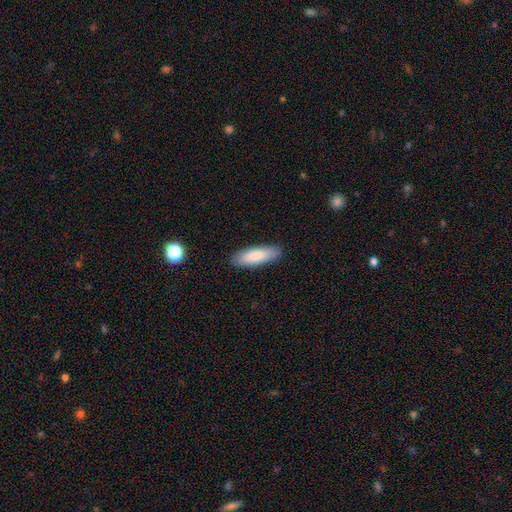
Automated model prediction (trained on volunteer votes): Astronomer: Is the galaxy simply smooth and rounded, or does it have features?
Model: smooth — 83%.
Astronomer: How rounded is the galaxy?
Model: in between — 60% (runner-up: cigar-shaped, 38%).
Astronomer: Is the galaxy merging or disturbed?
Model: none — 87%.